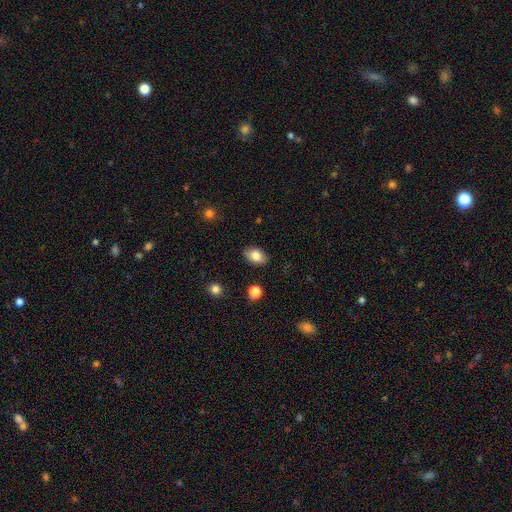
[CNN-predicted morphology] smooth 82%, featured or disk 10%, star or artifact 8%. Down the decision tree: how rounded — in between (88%); merging — none (87%).